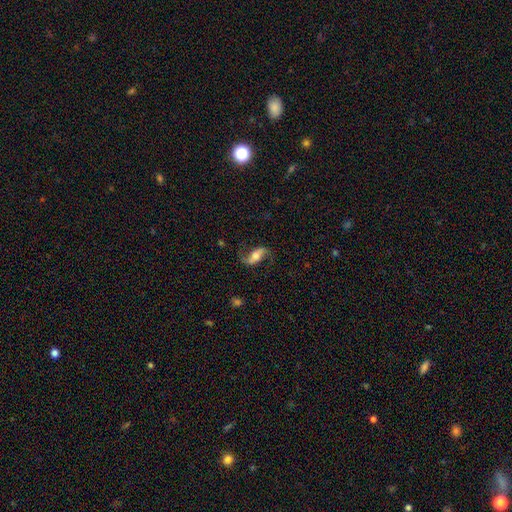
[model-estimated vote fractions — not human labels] Morphology: type=featured or disk (74%); edge-on=no (92%); bar=no (37%); spiral arms=yes (93%); winding=loose (77%); arm count=2 (92%); bulge=moderate (54%); merging=none (75%).